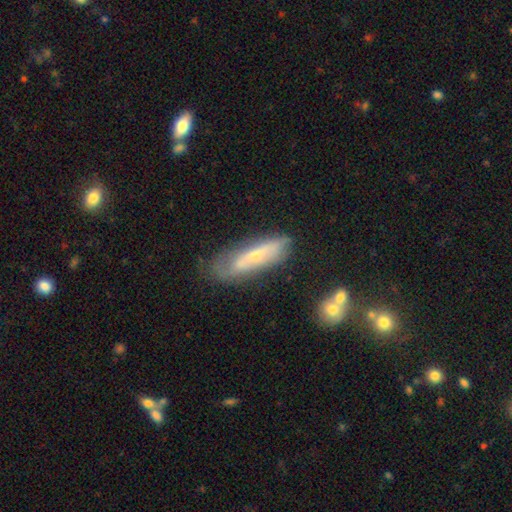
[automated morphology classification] The model was most divided on "smooth or featured": featured or disk: 52%, smooth: 41%, star or artifact: 7%. More confident: edge-on disk — no (57%); merging — none (54%).